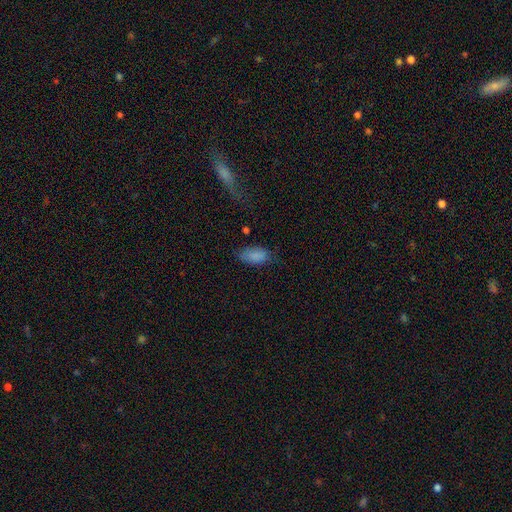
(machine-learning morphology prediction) Smooth or featured? smooth (83%)
How rounded? in between (93%)
Merging? none (64%)